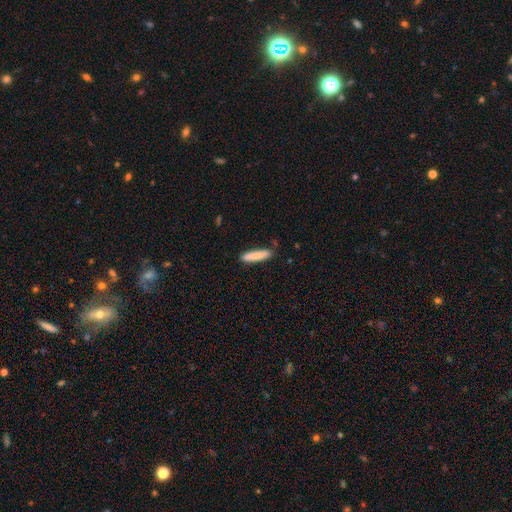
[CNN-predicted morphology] Smooth or featured?
  - smooth: 83% *
  - featured or disk: 12%
  - star or artifact: 6%
How rounded?
  - cigar-shaped: 87% *
  - in between: 11%
  - round: 1%
Merging?
  - none: 84% *
  - minor disturbance: 12%
  - major disturbance: 2%
  - merger: 2%